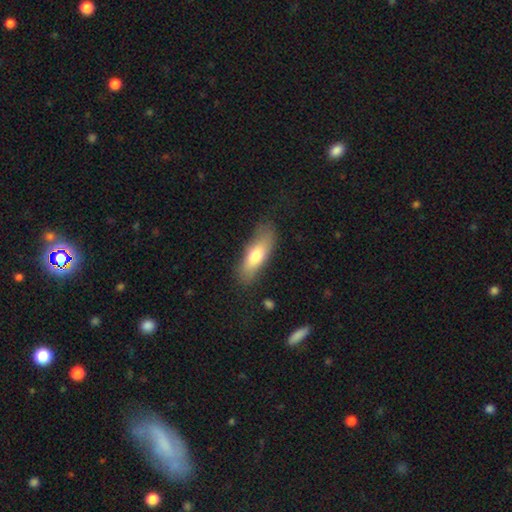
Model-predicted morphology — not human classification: type=smooth (70%); roundness=in between (61%); merging=none (73%).